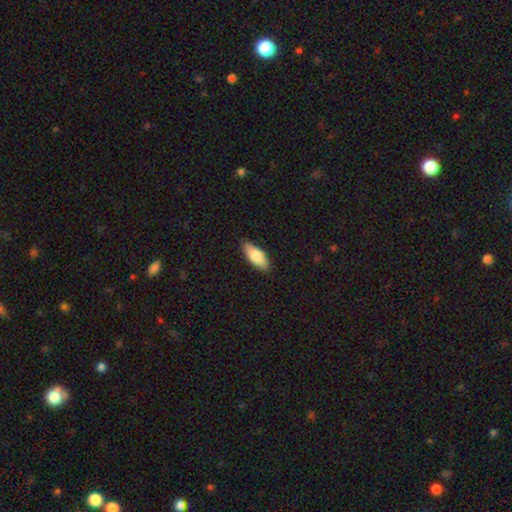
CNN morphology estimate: Smooth or featured: smooth — 80% (featured or disk — 14%)
How rounded: in between — 80% (cigar-shaped — 18%)
Merging: none — 86% (minor disturbance — 11%)